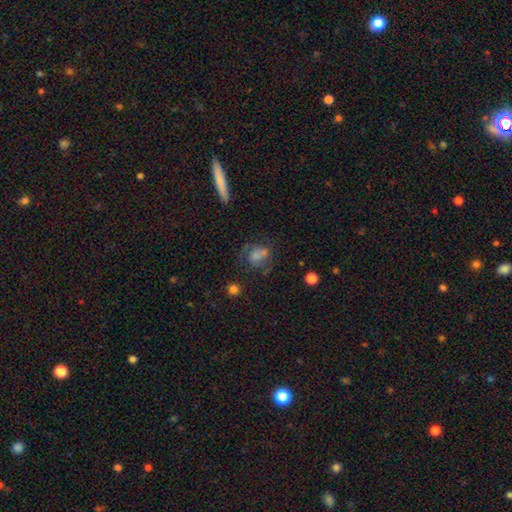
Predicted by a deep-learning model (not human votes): A featured or disk galaxy (42%).

Vote fractions:
- Smooth or featured? featured or disk: 42% / smooth: 41% / star or artifact: 17%
- Merging? none: 53% / minor disturbance: 19% / major disturbance: 16% / merger: 12%